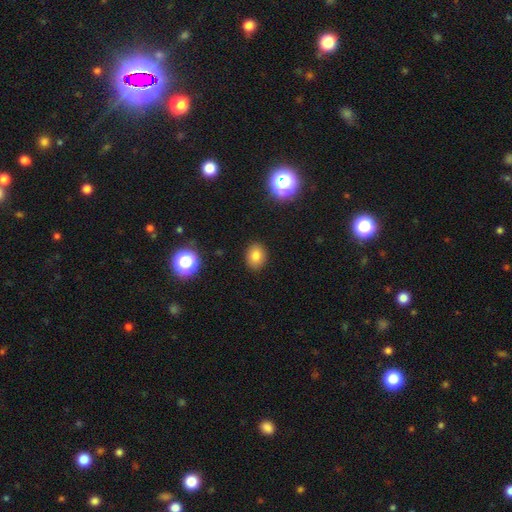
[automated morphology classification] Smooth or featured? smooth (79%)
How rounded? round (53%)
Merging? none (89%)